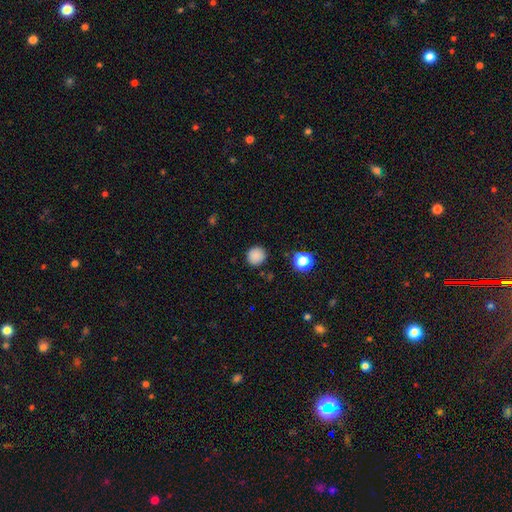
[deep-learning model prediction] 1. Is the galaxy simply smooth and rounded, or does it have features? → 85% smooth, 12% star or artifact, 3% featured or disk.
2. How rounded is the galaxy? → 93% round, 6% in between, 1% cigar-shaped.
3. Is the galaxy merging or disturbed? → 88% none, 8% minor disturbance, 2% major disturbance, 2% merger.